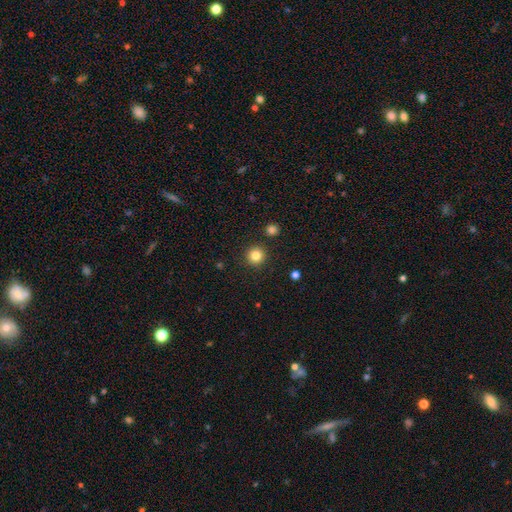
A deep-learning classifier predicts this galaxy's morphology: This is clearly a smooth galaxy (84%). How rounded: clearly round (95%). Merging: clearly none (91%).